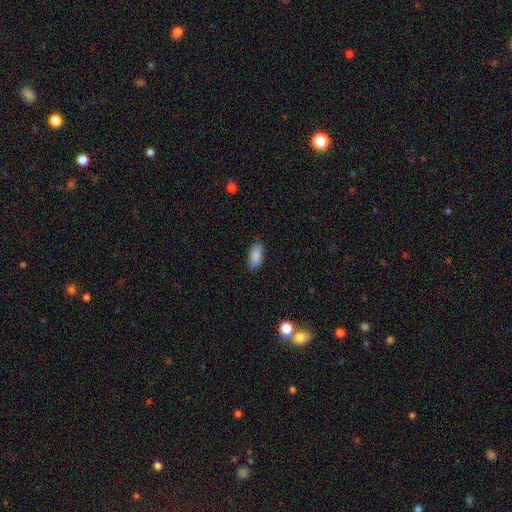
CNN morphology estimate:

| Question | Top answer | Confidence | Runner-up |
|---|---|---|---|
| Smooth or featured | smooth | 87% | star or artifact (7%) |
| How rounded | in between | 90% | cigar-shaped (8%) |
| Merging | none | 83% | minor disturbance (13%) |